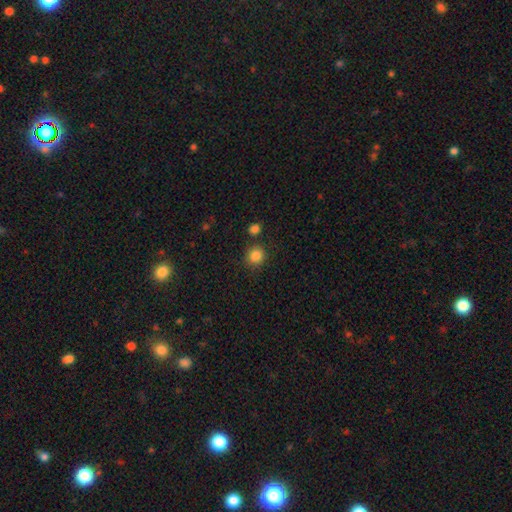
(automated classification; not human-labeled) Morphology: type=smooth (85%); roundness=round (89%); merging=none (81%).